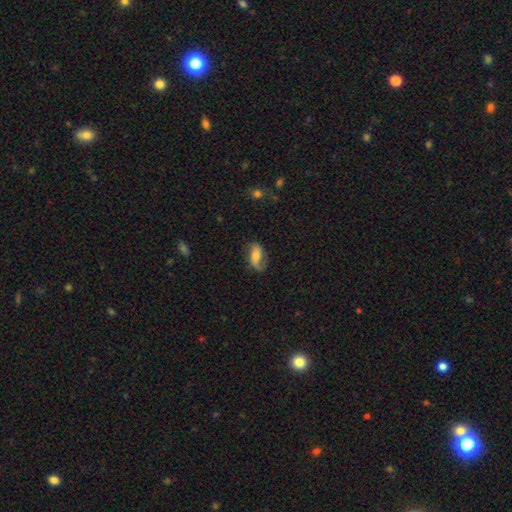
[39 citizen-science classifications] Smooth or featured: featured or disk — 69% (smooth — 26%)
Edge-on disk: no — 96% (yes — 4%)
Bar: no — 38% (strong — 31%)
Spiral arms: yes — 81% (no — 19%)
Spiral winding: loose — 67% (medium — 19%)
Spiral arm count: 2 — 76% (1 — 19%)
Bulge size: moderate — 65% (small — 23%)
Merging: none — 59% (minor disturbance — 27%)